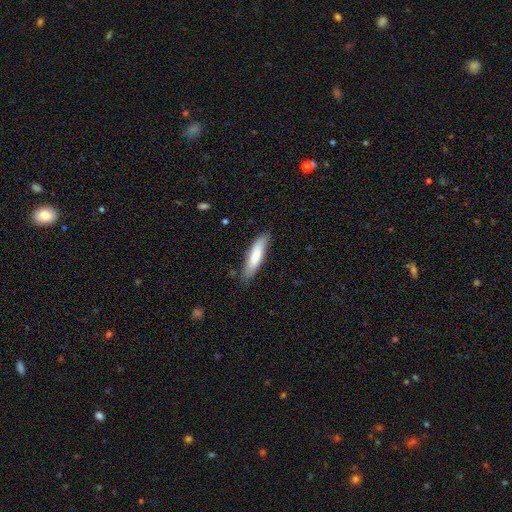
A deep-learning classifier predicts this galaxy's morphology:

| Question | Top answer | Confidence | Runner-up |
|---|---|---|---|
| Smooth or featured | smooth | 79% | featured or disk (16%) |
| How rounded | cigar-shaped | 71% | in between (27%) |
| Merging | none | 82% | minor disturbance (15%) |